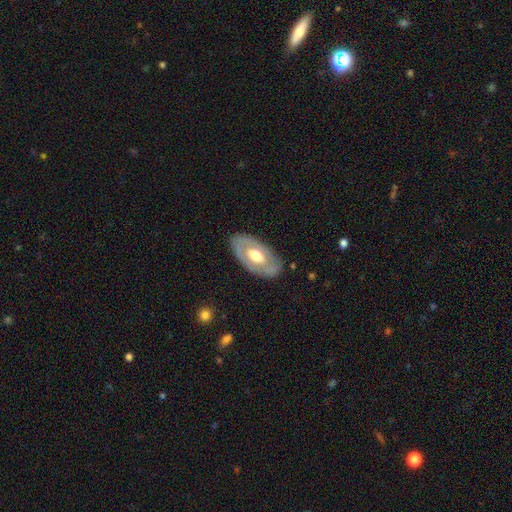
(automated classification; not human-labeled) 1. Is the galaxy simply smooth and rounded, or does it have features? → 57% featured or disk, 38% smooth, 5% star or artifact.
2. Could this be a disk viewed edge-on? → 87% no, 13% yes.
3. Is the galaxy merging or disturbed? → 82% none, 13% minor disturbance, 4% major disturbance, 1% merger.